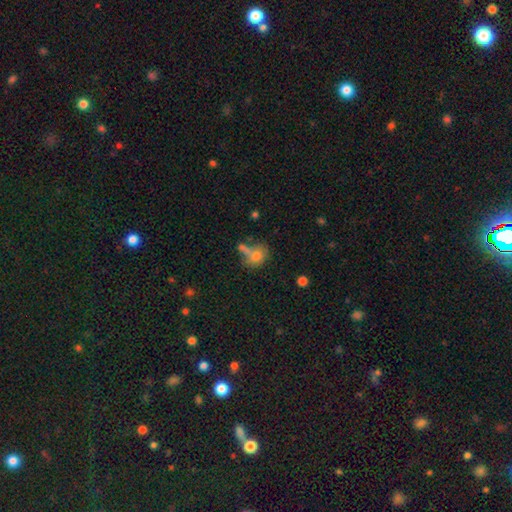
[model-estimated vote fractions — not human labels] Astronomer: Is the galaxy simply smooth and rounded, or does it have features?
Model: smooth — 76%.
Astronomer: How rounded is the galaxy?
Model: in between — 50% (runner-up: round, 49%).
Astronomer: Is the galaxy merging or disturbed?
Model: none — 44% (runner-up: merger, 30%).